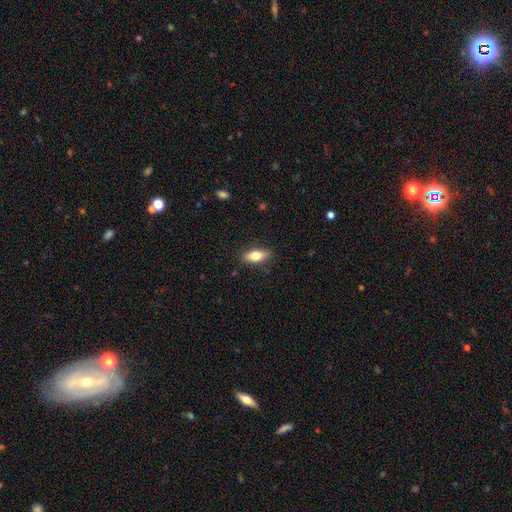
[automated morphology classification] Overall: smooth (74%). How rounded: in between (79%). Merging: none (87%).